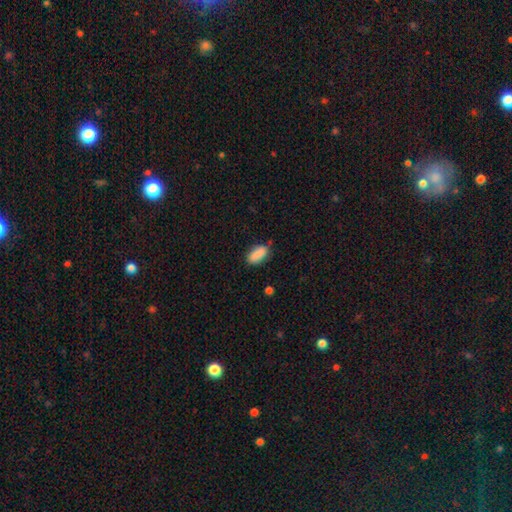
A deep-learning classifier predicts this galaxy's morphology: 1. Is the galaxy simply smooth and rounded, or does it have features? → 88% smooth, 7% star or artifact, 5% featured or disk.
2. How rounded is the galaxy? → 88% in between, 9% cigar-shaped, 3% round.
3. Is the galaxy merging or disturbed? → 76% none, 18% minor disturbance, 3% major disturbance, 3% merger.